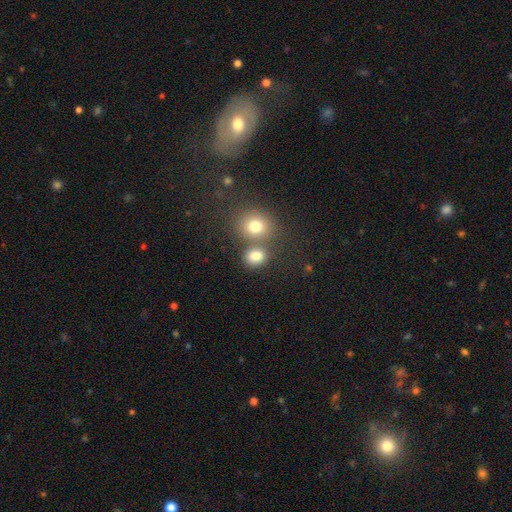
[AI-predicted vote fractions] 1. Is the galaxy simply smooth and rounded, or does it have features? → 80% smooth, 12% star or artifact, 8% featured or disk.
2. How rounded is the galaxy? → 63% round, 36% in between, 1% cigar-shaped.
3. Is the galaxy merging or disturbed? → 57% none, 30% merger, 9% minor disturbance, 4% major disturbance.